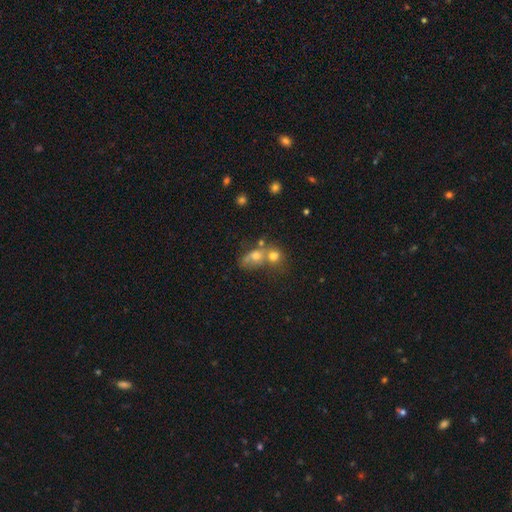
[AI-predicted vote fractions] Smooth or featured? smooth (67%)
How rounded? round (51%)
Merging? merger (57%)